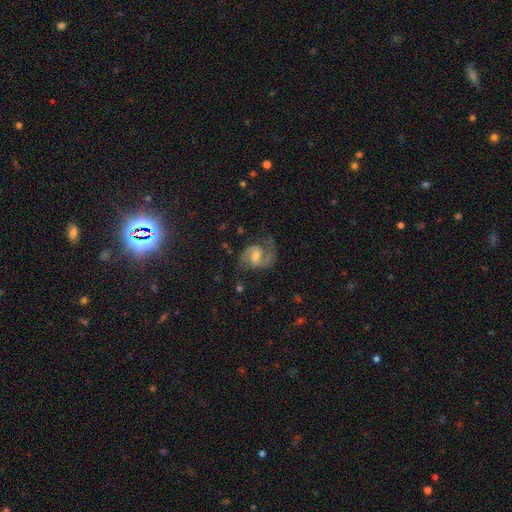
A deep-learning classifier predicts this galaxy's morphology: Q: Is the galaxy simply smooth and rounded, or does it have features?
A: featured or disk — 83%.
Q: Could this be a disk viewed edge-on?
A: no — 98%.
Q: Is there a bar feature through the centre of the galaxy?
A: weak — 48%.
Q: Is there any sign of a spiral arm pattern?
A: yes — 96%.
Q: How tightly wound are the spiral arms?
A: medium — 54%.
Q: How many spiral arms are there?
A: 2 — 87%.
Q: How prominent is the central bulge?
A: moderate — 57%.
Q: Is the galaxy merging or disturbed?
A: none — 66%.